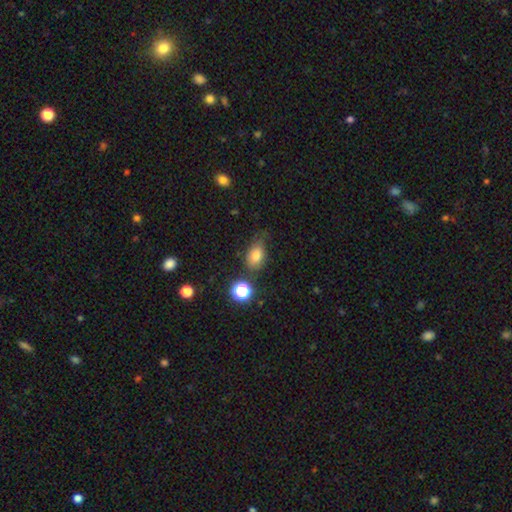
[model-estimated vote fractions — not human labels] Overall: smooth (78%). How rounded: in between (77%). Merging: none (59%; minor disturbance 27%).